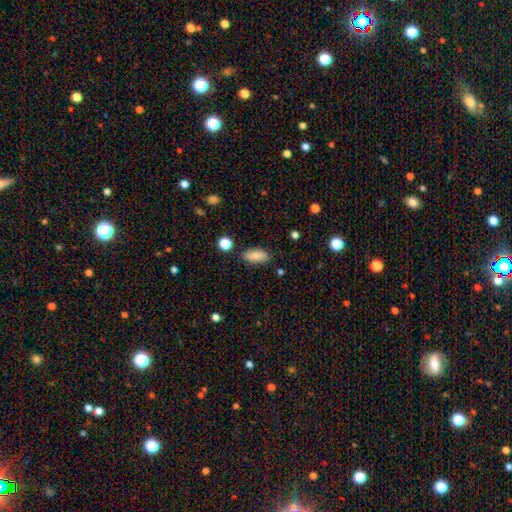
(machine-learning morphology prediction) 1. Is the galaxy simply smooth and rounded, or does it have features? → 85% smooth, 8% star or artifact, 7% featured or disk.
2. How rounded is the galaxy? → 84% in between, 13% cigar-shaped, 3% round.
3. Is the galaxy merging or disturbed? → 84% none, 11% minor disturbance, 2% major disturbance, 2% merger.